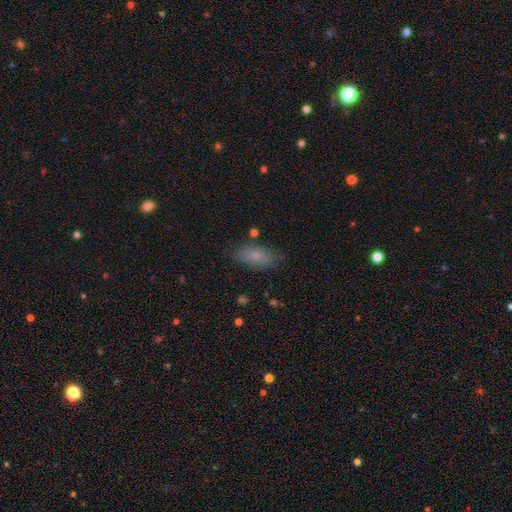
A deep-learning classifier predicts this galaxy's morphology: The model was most divided on "smooth or featured": smooth: 78%, featured or disk: 13%, star or artifact: 9%. More confident: how rounded — in between (87%); merging — none (82%).